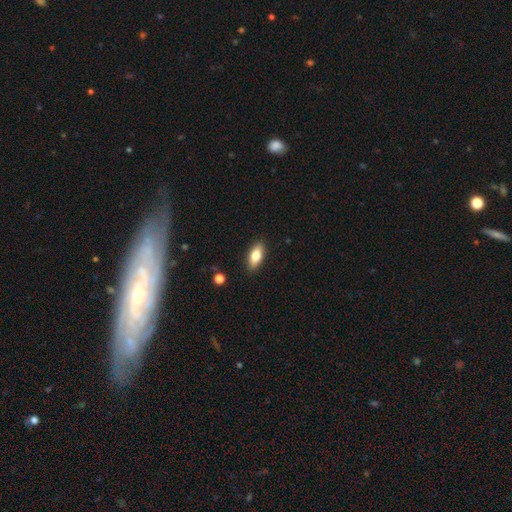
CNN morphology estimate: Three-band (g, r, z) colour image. It shows a smooth galaxy with no disk features (80%) that is in between round and cigar-shaped (87%). Merging: none (88%).